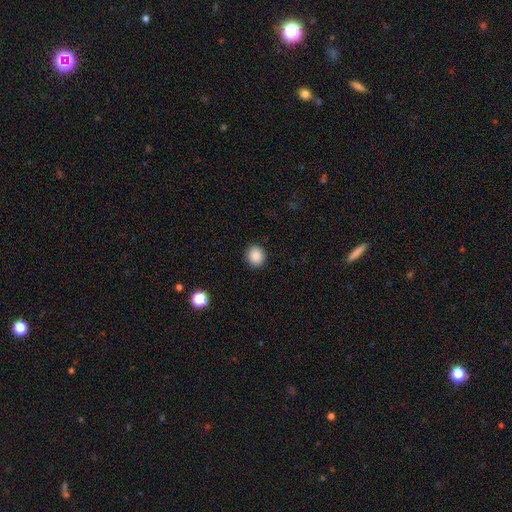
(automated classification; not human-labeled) Smooth or featured: smooth — 87% (star or artifact — 9%)
How rounded: round — 81% (in between — 18%)
Merging: none — 91% (minor disturbance — 6%)